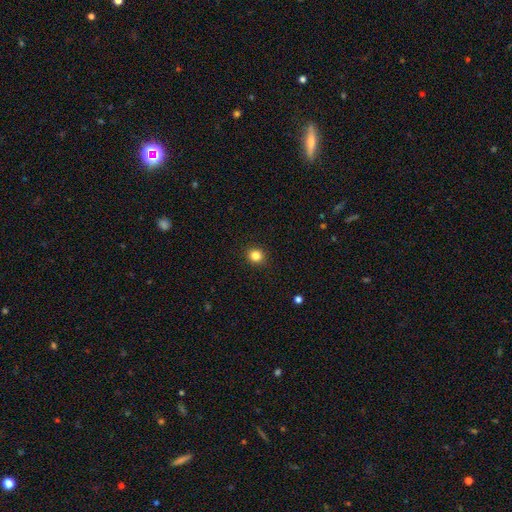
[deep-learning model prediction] Smooth or featured: smooth — 84% (star or artifact — 12%)
How rounded: round — 85% (in between — 14%)
Merging: none — 92% (minor disturbance — 6%)